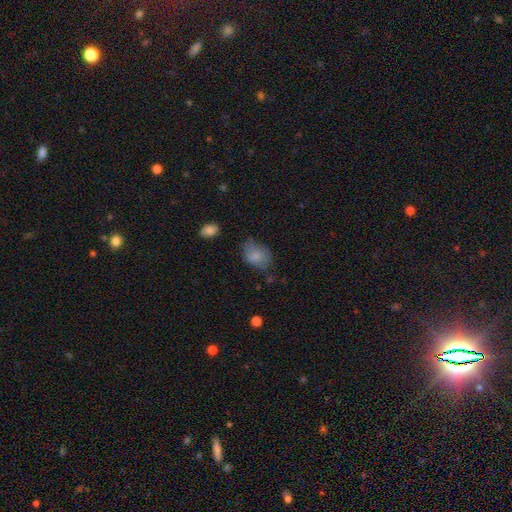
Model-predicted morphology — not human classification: This appears to be a smooth galaxy with no disk features (78%) that is in between round and cigar-shaped (71%). Merging: none (51%).